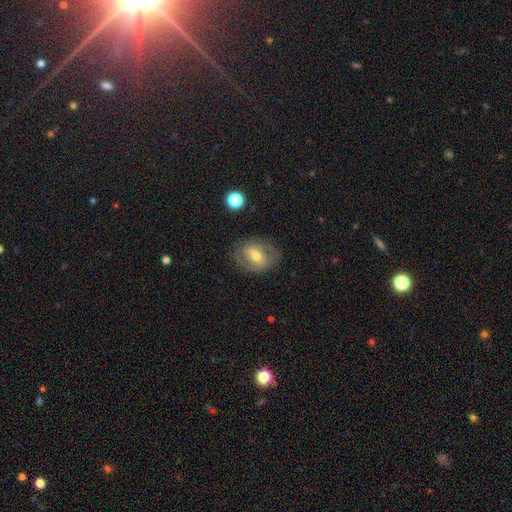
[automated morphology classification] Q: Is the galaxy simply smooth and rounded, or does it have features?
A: featured or disk — 66%.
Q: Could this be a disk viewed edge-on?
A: no — 95%.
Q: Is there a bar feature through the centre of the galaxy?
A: weak — 42%.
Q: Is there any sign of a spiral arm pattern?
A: yes — 71%.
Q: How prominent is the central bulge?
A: moderate — 64%.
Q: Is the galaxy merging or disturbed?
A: none — 76%.